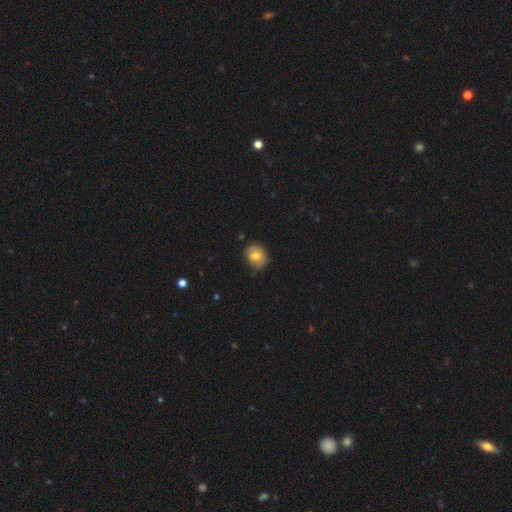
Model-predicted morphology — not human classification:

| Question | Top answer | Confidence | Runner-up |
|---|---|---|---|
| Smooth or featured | smooth | 72% | featured or disk (19%) |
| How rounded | round | 64% | in between (35%) |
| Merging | none | 76% | minor disturbance (19%) |